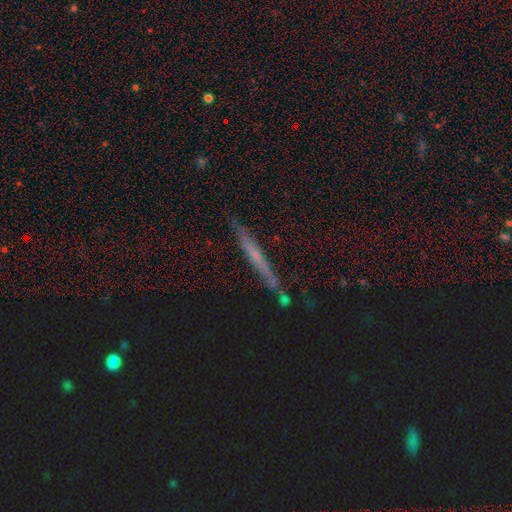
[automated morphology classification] featured or disk 44%, smooth 36%, star or artifact 20%. Down the decision tree: merging — none (80%).